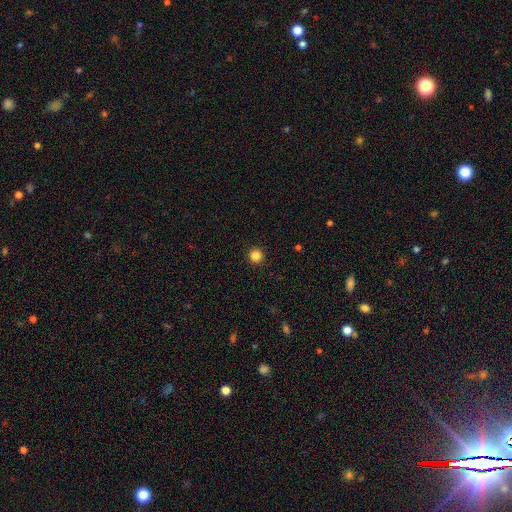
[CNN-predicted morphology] Q: Smooth or featured?
A: smooth (85%); runner-up: star or artifact (12%)
Q: How rounded?
A: round (96%); runner-up: in between (3%)
Q: Merging?
A: none (93%); runner-up: minor disturbance (4%)